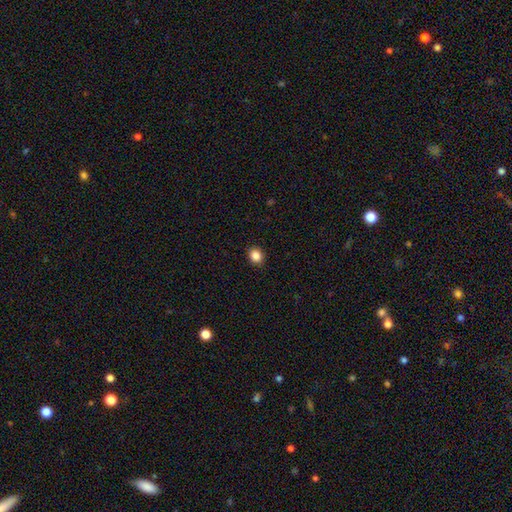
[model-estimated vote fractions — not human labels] Smooth or featured? Predicted: smooth (p=0.86). How rounded? Predicted: round (p=0.66). Merging? Predicted: none (p=0.91).